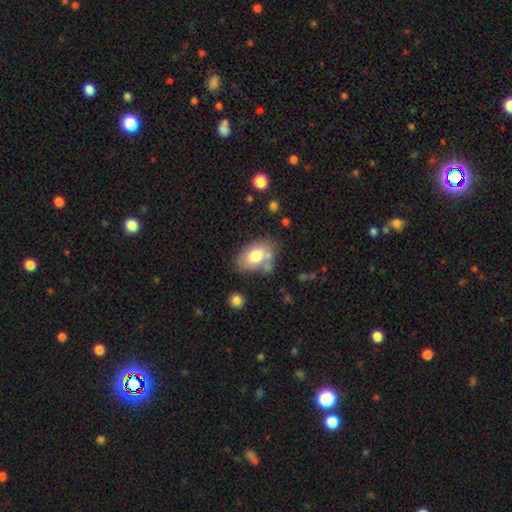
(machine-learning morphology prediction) Smooth or featured? smooth (73%)
How rounded? in between (88%)
Merging? none (57%)